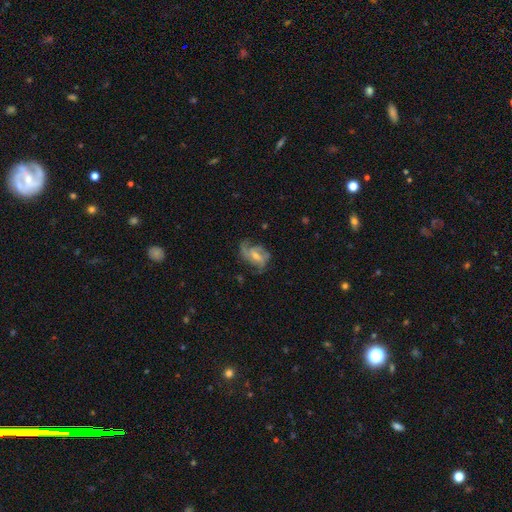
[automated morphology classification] Smooth or featured?
  - featured or disk: 75% *
  - smooth: 16%
  - star or artifact: 10%
Edge-on disk?
  - no: 96% *
  - yes: 4%
Bar?
  - weak: 45% *
  - no: 39%
  - strong: 16%
Spiral arms?
  - yes: 89% *
  - no: 11%
Spiral winding?
  - medium: 45% *
  - loose: 30%
  - tight: 26%
Spiral arm count?
  - 2: 38% *
  - 3: 25%
  - can't tell: 21%
  - 1: 7%
  - 4: 6%
  - more than 4: 3%
Bulge size?
  - moderate: 47% *
  - small: 44%
  - none: 5%
  - large: 3%
  - dominant: 1%
Merging?
  - none: 58% *
  - minor disturbance: 22%
  - major disturbance: 18%
  - merger: 2%